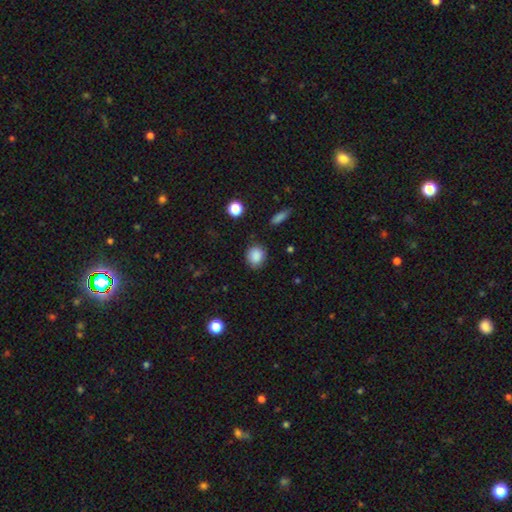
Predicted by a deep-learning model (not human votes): This is clearly a smooth galaxy (87%). How rounded: likely round (74%). Merging: likely none (80%).